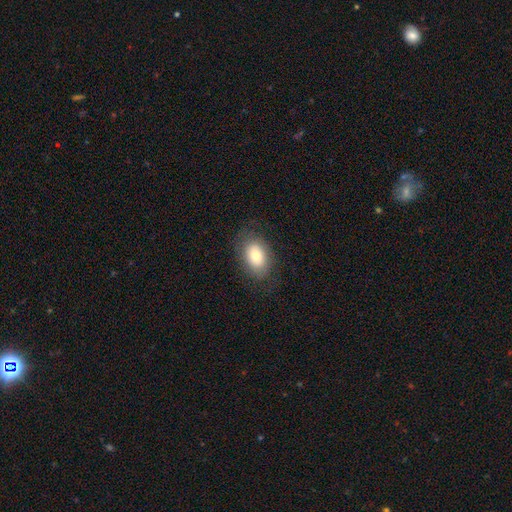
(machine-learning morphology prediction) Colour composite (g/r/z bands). It shows a smooth galaxy with no disk features (78%) that is in between round and cigar-shaped (87%). Merging: none (79%).